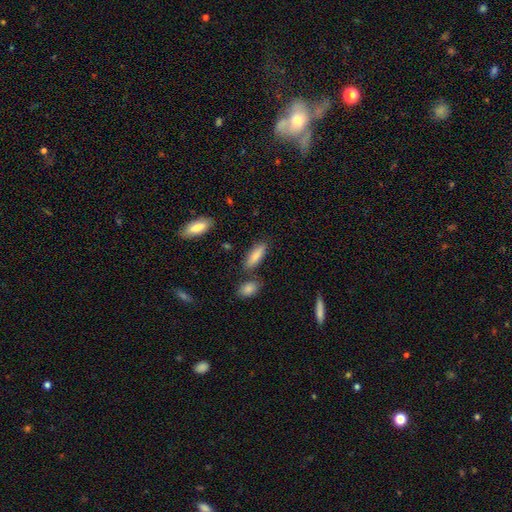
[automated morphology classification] Smooth or featured?
  - smooth: 81% *
  - featured or disk: 12%
  - star or artifact: 7%
How rounded?
  - in between: 55% *
  - cigar-shaped: 43%
  - round: 2%
Merging?
  - none: 76% *
  - minor disturbance: 13%
  - merger: 8%
  - major disturbance: 3%